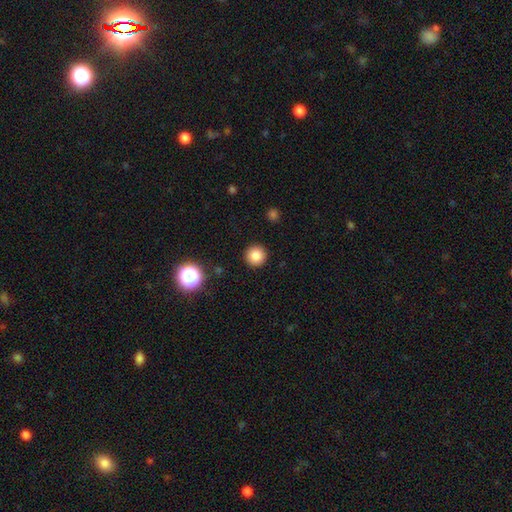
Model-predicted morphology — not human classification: Smooth or featured? smooth (83%)
How rounded? round (96%)
Merging? none (92%)